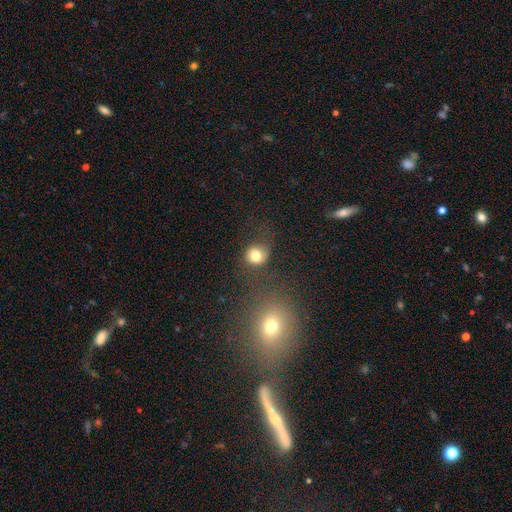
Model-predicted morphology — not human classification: smooth-or-featured: smooth: 78% | star or artifact: 11% | featured or disk: 10%
  how-rounded: round: 77% | in between: 22% | cigar-shaped: 1%
  merging: none: 60% | minor disturbance: 19% | major disturbance: 12% | merger: 9%